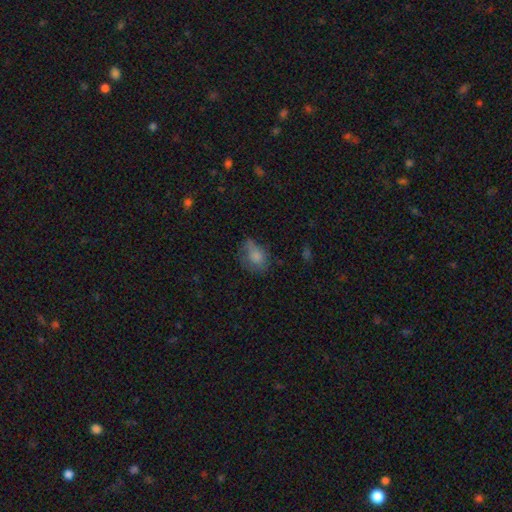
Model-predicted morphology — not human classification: Smooth or featured? smooth (74%)
How rounded? in between (64%)
Merging? none (44%)